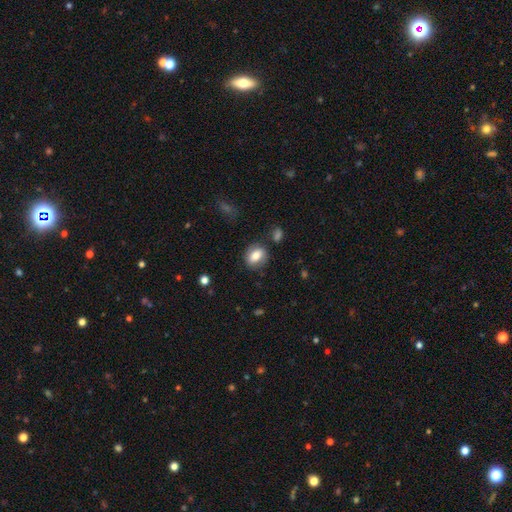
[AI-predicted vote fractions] This appears to be a smooth galaxy with no disk features (70%) that is in between round and cigar-shaped (59%). Merging: none (74%).